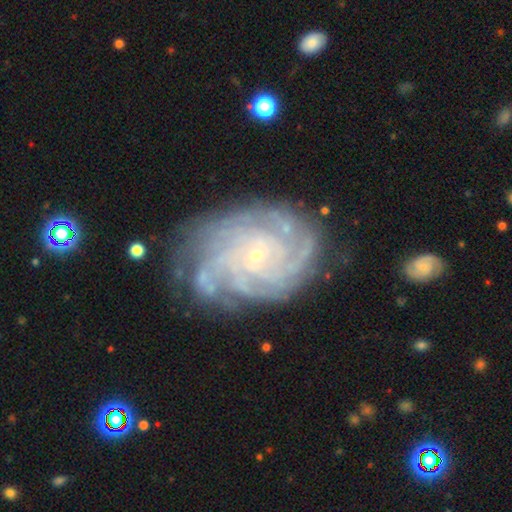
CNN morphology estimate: featured or disk 88%, smooth 6%, star or artifact 6%. Down the decision tree: edge-on disk — no (97%); bar — no (77%); spiral arms — yes (97%); spiral arm count — more than 4 (28%); spiral winding — tight (76%); bulge size — small (87%); merging — none (73%).